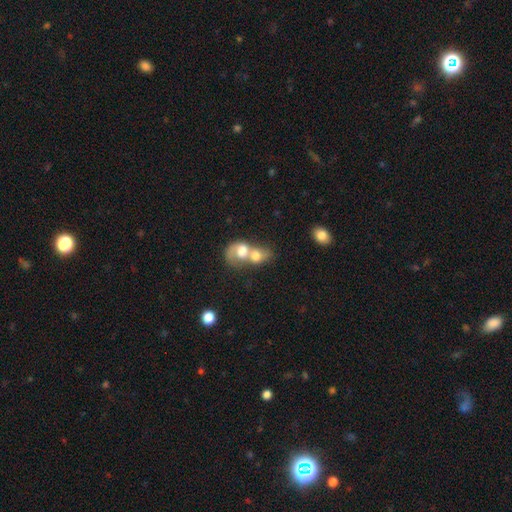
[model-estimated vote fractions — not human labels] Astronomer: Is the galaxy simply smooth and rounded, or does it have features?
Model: smooth — 57% (runner-up: featured or disk, 34%).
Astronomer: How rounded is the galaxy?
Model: in between — 51% (runner-up: round, 47%).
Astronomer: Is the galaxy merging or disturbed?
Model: merger — 83%.